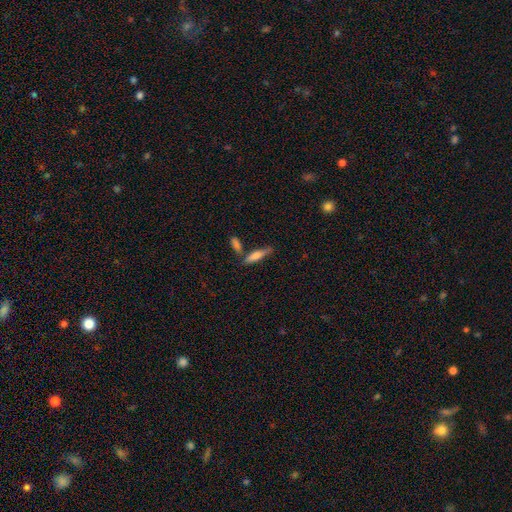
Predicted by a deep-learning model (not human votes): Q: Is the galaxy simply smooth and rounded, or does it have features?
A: smooth — 66%.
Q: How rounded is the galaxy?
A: cigar-shaped — 75%.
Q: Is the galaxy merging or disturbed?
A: none — 67%.